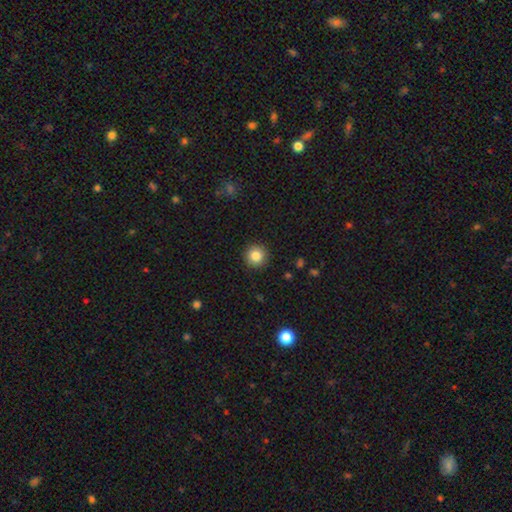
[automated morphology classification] The model was most divided on "smooth or featured": smooth: 85%, star or artifact: 10%, featured or disk: 6%. More confident: how rounded — round (95%); merging — none (92%).